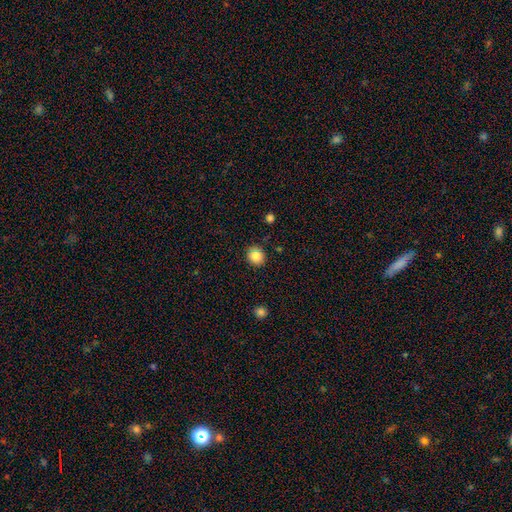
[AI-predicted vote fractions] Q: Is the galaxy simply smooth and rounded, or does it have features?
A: smooth — 83%.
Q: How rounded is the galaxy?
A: round — 87%.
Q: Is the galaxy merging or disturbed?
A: none — 87%.